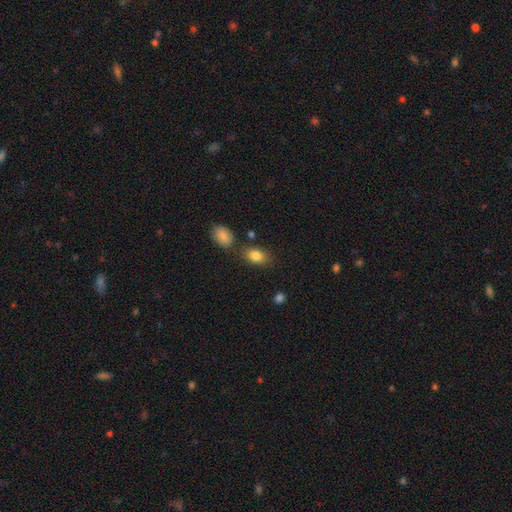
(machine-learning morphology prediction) smooth 85%, star or artifact 8%, featured or disk 7%. Down the decision tree: how rounded — in between (86%); merging — none (74%).